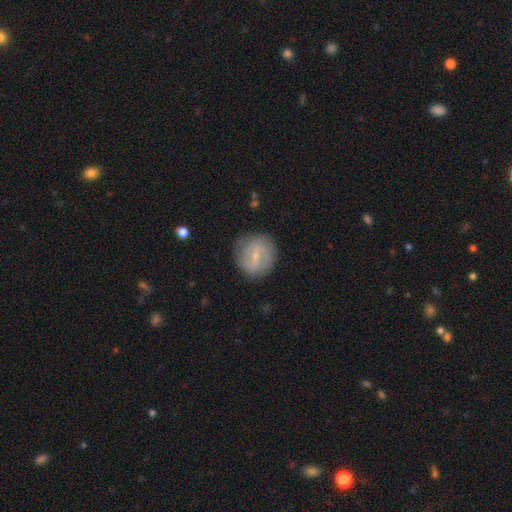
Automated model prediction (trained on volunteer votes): The model was most divided on "smooth or featured": featured or disk: 56%, smooth: 37%, star or artifact: 7%. More confident: edge-on disk — no (96%); merging — none (79%); bulge size — small (72%); spiral arms — yes (70%); bar — weak (56%).